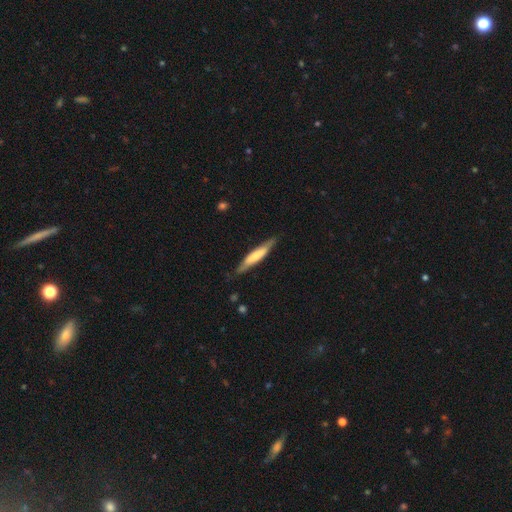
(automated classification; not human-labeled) smooth 54%, featured or disk 40%, star or artifact 5%. Down the decision tree: how rounded — cigar-shaped (88%); merging — none (79%).